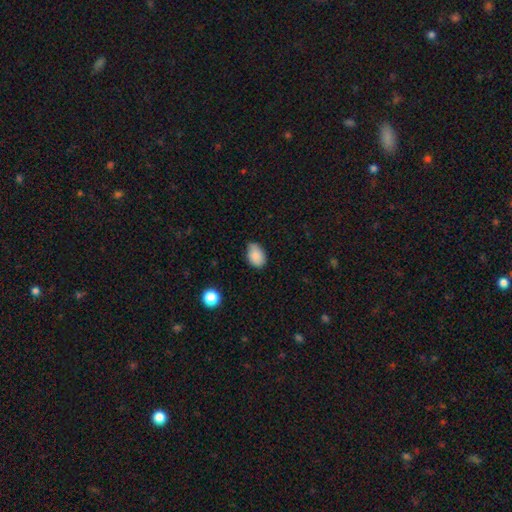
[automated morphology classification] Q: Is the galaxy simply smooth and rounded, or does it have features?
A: smooth — 86%.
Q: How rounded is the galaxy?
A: in between — 83%.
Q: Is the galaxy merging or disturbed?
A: none — 62%.